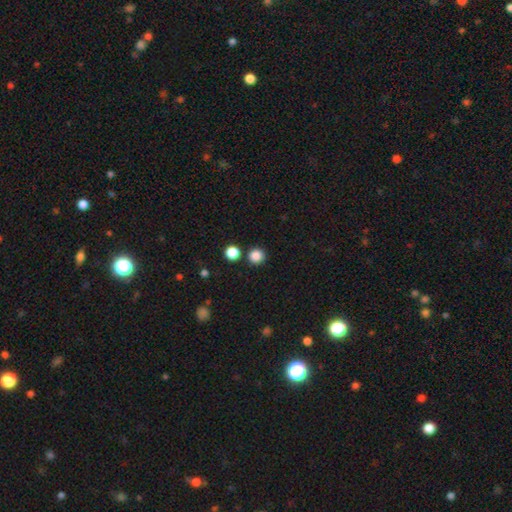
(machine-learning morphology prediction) The model was most divided on "smooth or featured": smooth: 85%, star or artifact: 12%, featured or disk: 3%. More confident: how rounded — round (94%); merging — none (85%).